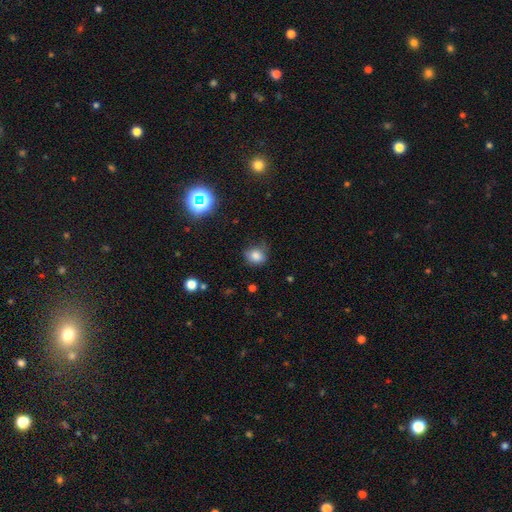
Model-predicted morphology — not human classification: Smooth or featured: smooth — 79% (star or artifact — 14%)
How rounded: round — 66% (in between — 33%)
Merging: none — 65% (minor disturbance — 26%)